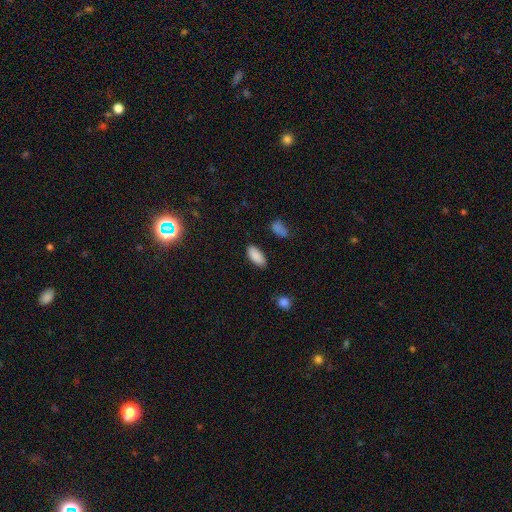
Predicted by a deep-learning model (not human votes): This appears to be a smooth galaxy with no disk features (89%) that is in between round and cigar-shaped (89%). Merging: none (86%).